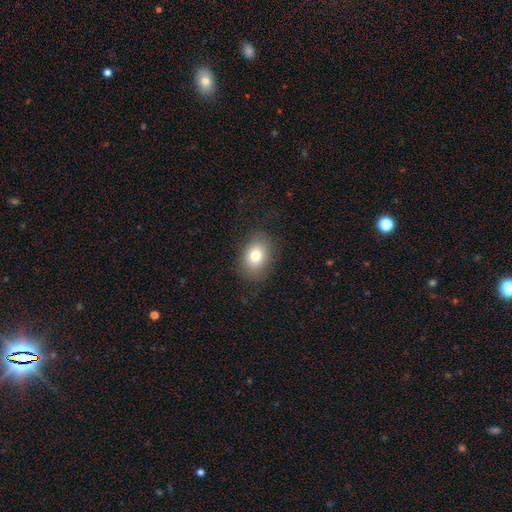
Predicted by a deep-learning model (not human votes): Smooth or featured: smooth — 78% (featured or disk — 11%)
How rounded: in between — 65% (round — 34%)
Merging: none — 83% (minor disturbance — 11%)